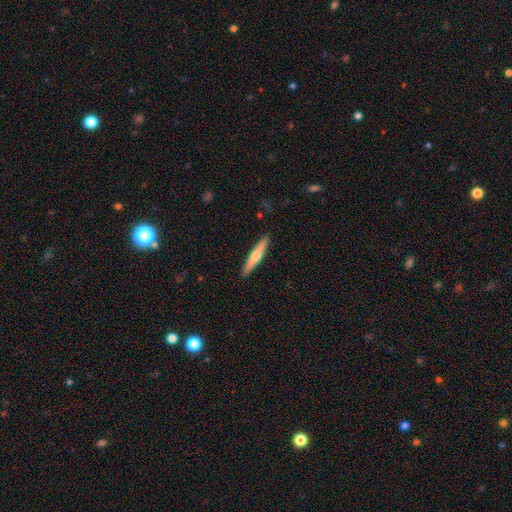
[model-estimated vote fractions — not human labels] The model was most divided on "smooth or featured": smooth: 55%, featured or disk: 40%, star or artifact: 5%. More confident: how rounded — cigar-shaped (91%); merging — none (91%).